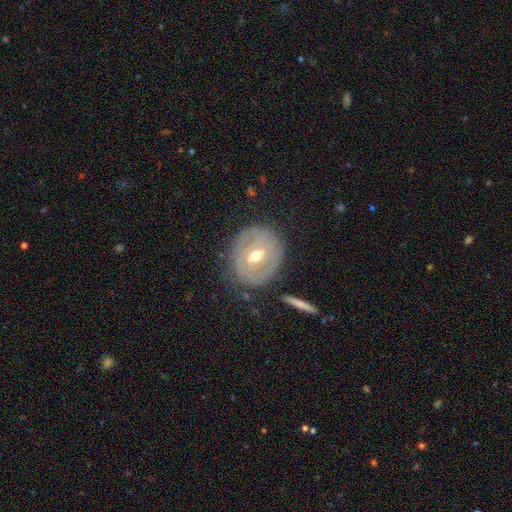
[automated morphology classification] type=featured or disk (70%); edge-on=no (94%); bar=weak (52%); spiral arms=yes (57%); bulge=moderate (70%); merging=none (78%).